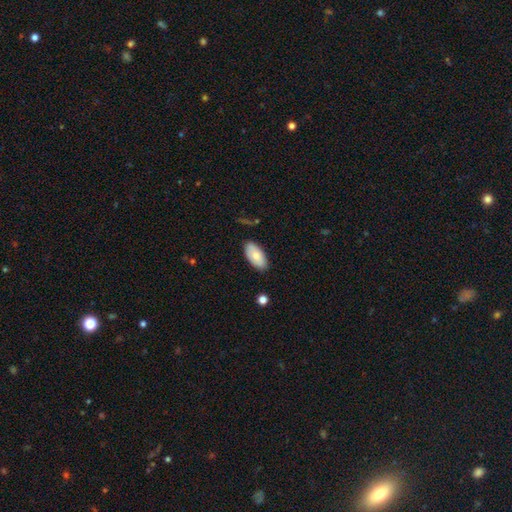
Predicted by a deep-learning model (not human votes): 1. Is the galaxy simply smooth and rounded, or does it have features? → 79% smooth, 15% featured or disk, 6% star or artifact.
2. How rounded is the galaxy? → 94% in between, 3% cigar-shaped, 2% round.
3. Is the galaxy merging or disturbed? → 83% none, 13% minor disturbance, 2% major disturbance, 2% merger.